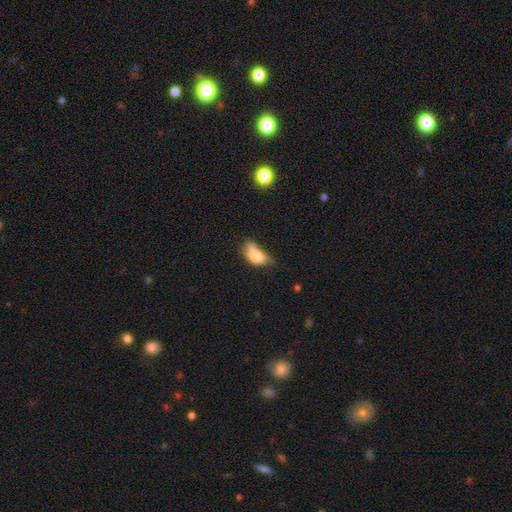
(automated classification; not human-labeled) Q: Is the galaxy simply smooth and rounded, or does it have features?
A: smooth — 68%.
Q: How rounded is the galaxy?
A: in between — 83%.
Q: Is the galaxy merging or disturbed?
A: minor disturbance — 32%.